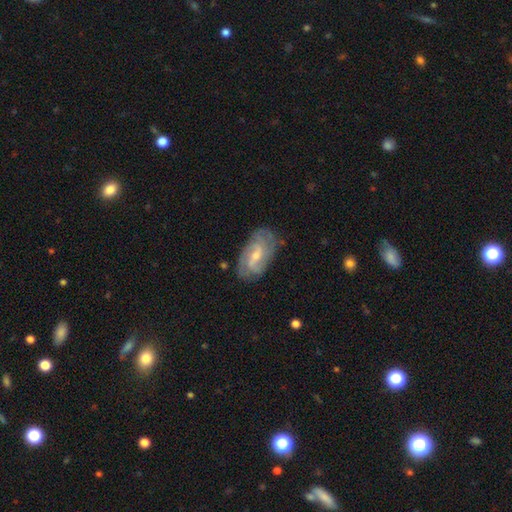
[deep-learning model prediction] Q: Smooth or featured?
A: featured or disk (77%); runner-up: smooth (17%)
Q: Edge-on disk?
A: no (95%); runner-up: yes (5%)
Q: Bar?
A: weak (53%); runner-up: no (32%)
Q: Spiral arms?
A: yes (92%); runner-up: no (8%)
Q: Spiral winding?
A: medium (44%); runner-up: tight (38%)
Q: Spiral arm count?
A: 2 (40%); runner-up: can't tell (27%)
Q: Bulge size?
A: small (56%); runner-up: moderate (40%)
Q: Merging?
A: none (71%); runner-up: minor disturbance (20%)